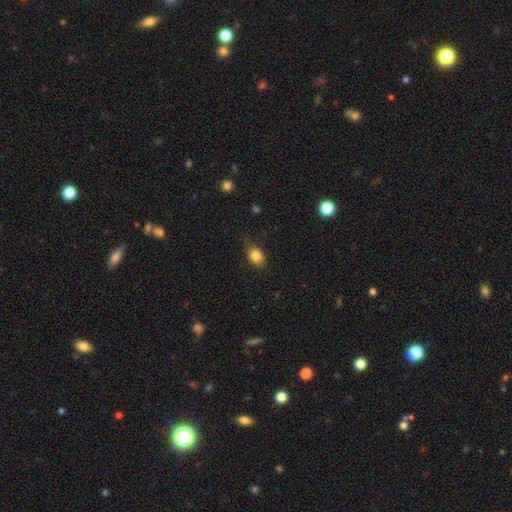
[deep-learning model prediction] A smooth galaxy with no disk features (84%) that is in between round and cigar-shaped (69%). Merging: none (79%).